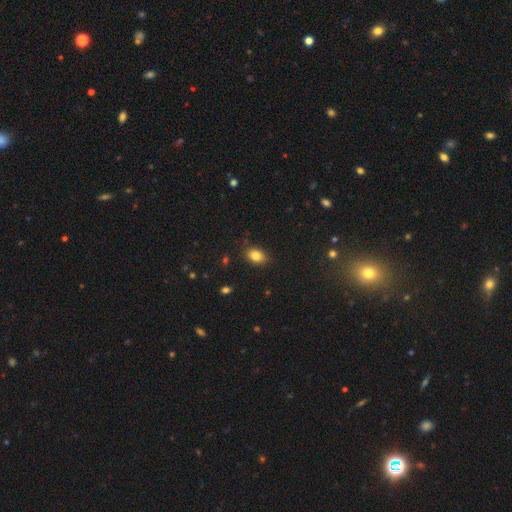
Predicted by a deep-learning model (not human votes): Smooth or featured: smooth — 83% (star or artifact — 10%)
How rounded: in between — 74% (round — 25%)
Merging: none — 85% (minor disturbance — 11%)